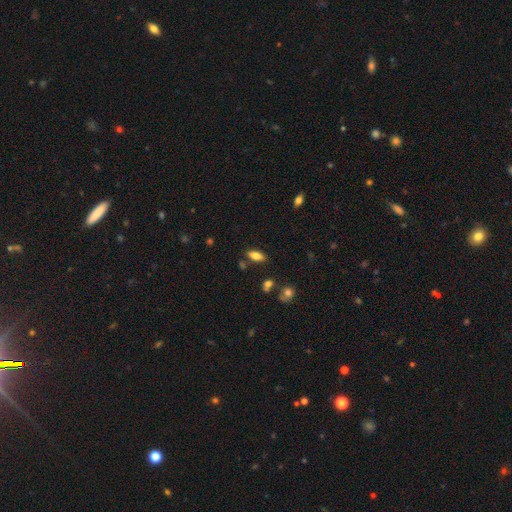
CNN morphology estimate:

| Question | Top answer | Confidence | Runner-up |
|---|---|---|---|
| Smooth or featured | smooth | 75% | featured or disk (16%) |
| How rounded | in between | 83% | cigar-shaped (14%) |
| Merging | none | 80% | minor disturbance (12%) |